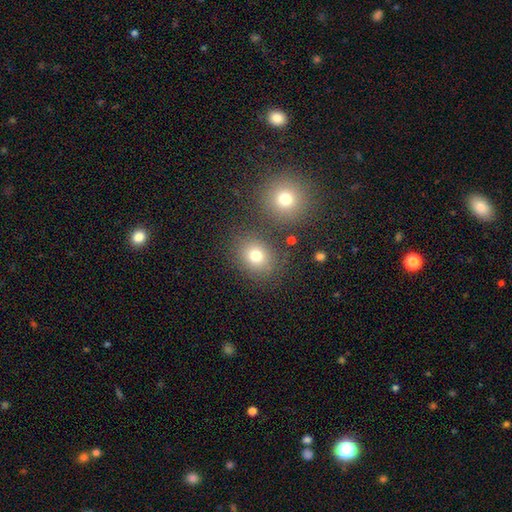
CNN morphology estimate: Smooth or featured? smooth (76%)
How rounded? round (65%)
Merging? none (76%)